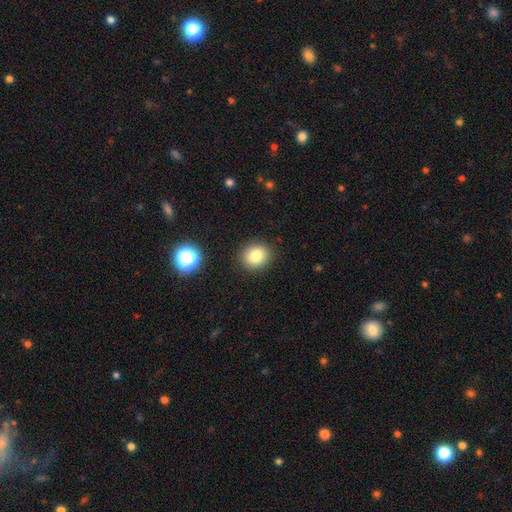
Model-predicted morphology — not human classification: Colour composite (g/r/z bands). It shows a smooth galaxy with no disk features (82%) that is round (77%). Merging: none (89%).